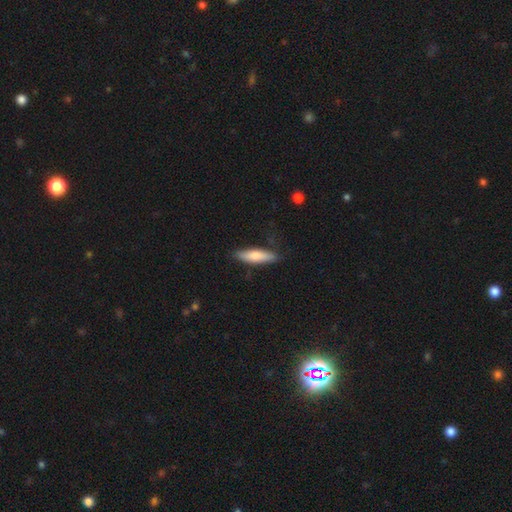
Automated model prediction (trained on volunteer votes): Smooth or featured? Predicted: smooth (p=0.73). How rounded? Predicted: cigar-shaped (p=0.67). Merging? Predicted: none (p=0.82).